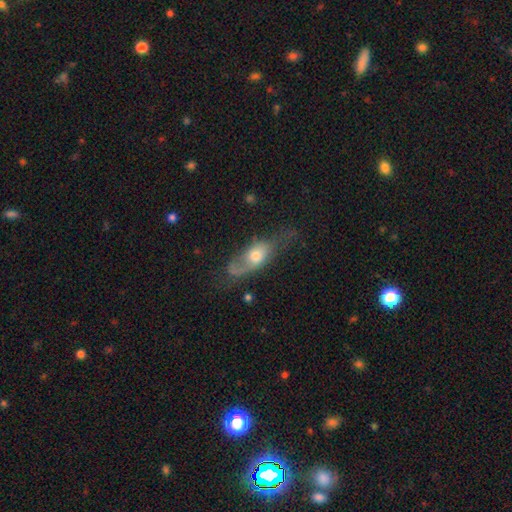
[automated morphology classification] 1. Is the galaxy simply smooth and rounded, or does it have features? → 47% featured or disk, 45% smooth, 8% star or artifact.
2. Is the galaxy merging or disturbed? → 40% none, 30% major disturbance, 27% minor disturbance, 4% merger.